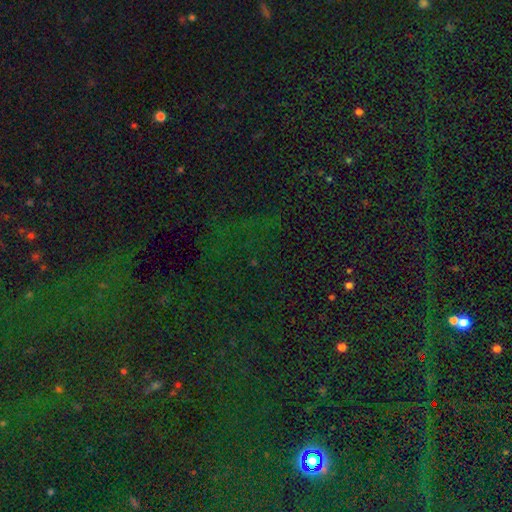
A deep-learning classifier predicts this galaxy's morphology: This is clearly a star or artifact rather than a galaxy (82%).